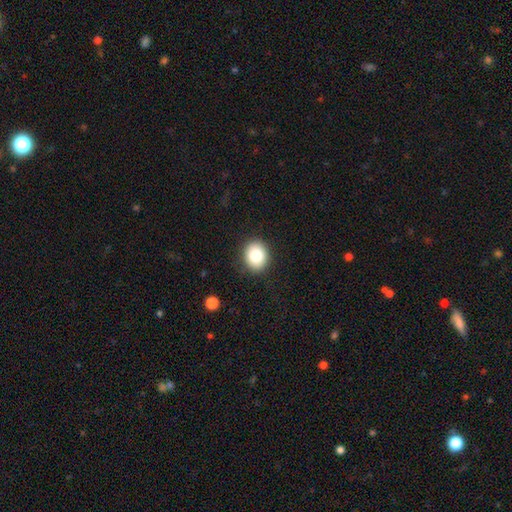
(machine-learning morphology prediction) A smooth galaxy with no disk features (83%) that is round (59%).

Vote fractions:
- Smooth or featured? smooth: 83% / star or artifact: 9% / featured or disk: 8%
- How rounded? round: 59% / in between: 40% / cigar-shaped: 1%
- Merging? none: 89% / minor disturbance: 8% / major disturbance: 2% / merger: 1%